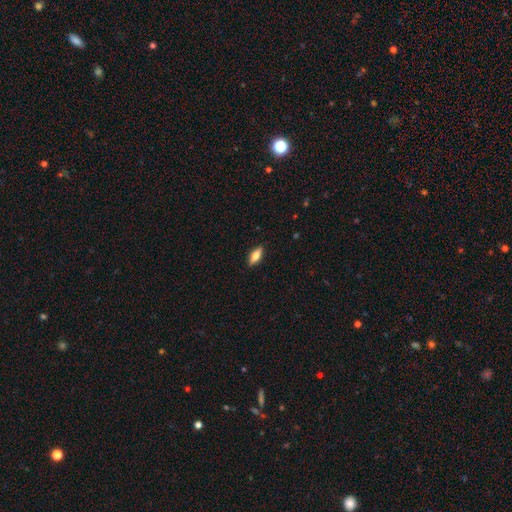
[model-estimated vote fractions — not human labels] smooth_or_featured: smooth (p=0.70) [alt: featured or disk p=0.23]
how_rounded: in between (p=0.70) [alt: cigar-shaped p=0.27]
merging: none (p=0.88) [alt: minor disturbance p=0.09]